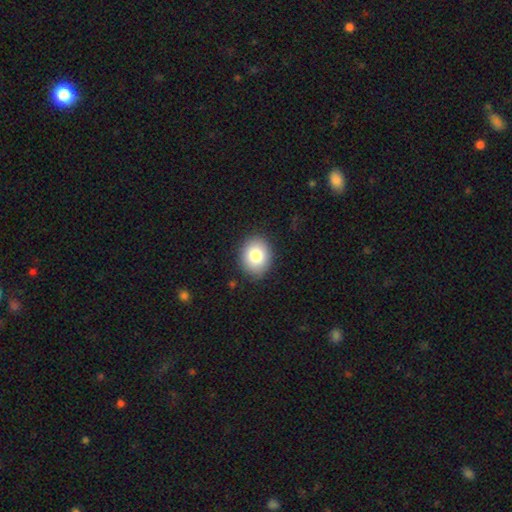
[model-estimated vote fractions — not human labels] Smooth or featured? smooth (81%)
How rounded? round (55%)
Merging? none (88%)